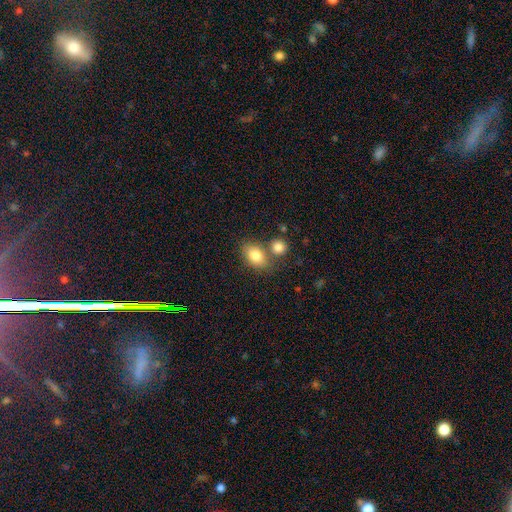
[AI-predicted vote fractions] Morphology: type=smooth (82%); roundness=in between (79%); merging=none (56%).